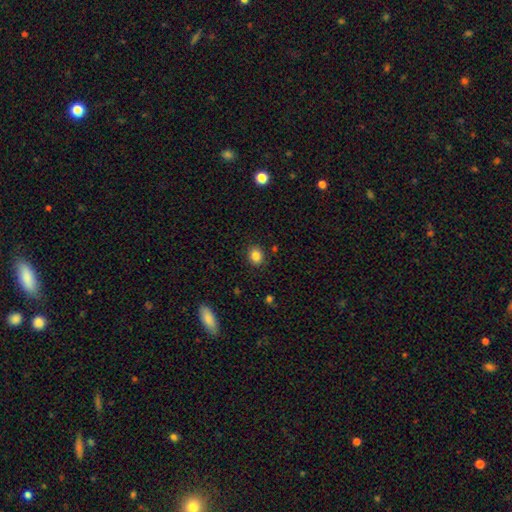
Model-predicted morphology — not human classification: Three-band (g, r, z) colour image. It shows a smooth galaxy with no disk features (85%) that is round (69%). Merging: none (88%).